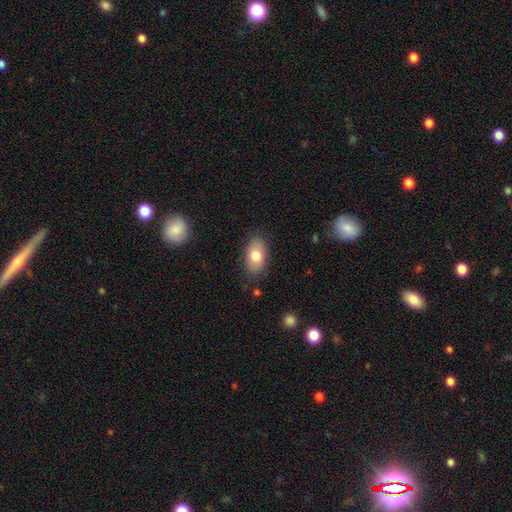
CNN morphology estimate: Smooth or featured? Predicted: smooth (p=0.77). How rounded? Predicted: in between (p=0.91). Merging? Predicted: none (p=0.84).